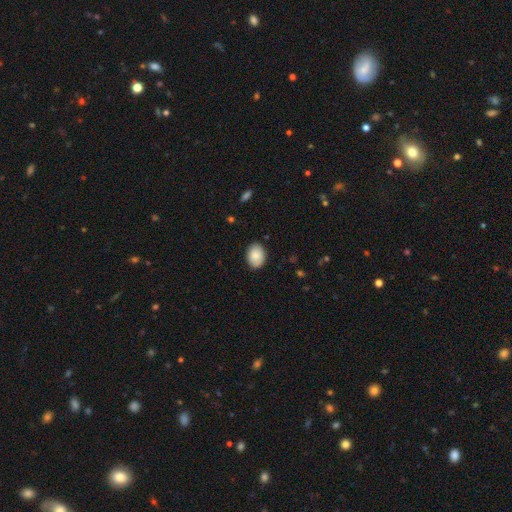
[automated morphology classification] smooth 87%, star or artifact 7%, featured or disk 7%. Down the decision tree: how rounded — in between (76%); merging — none (87%).